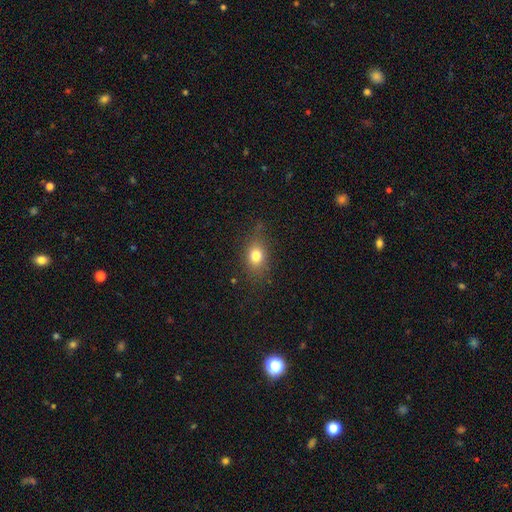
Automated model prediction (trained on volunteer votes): smooth-or-featured: smooth: 76% | star or artifact: 12% | featured or disk: 11%
  how-rounded: in between: 57% | round: 40% | cigar-shaped: 3%
  merging: none: 74% | minor disturbance: 19% | major disturbance: 6% | merger: 2%